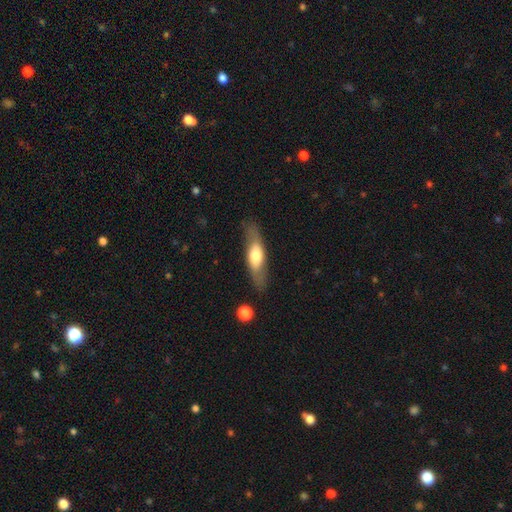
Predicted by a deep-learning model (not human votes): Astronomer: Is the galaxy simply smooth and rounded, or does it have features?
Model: smooth — 54% (runner-up: featured or disk, 40%).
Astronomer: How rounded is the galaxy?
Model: cigar-shaped — 53% (runner-up: in between, 44%).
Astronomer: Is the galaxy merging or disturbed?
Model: none — 80%.